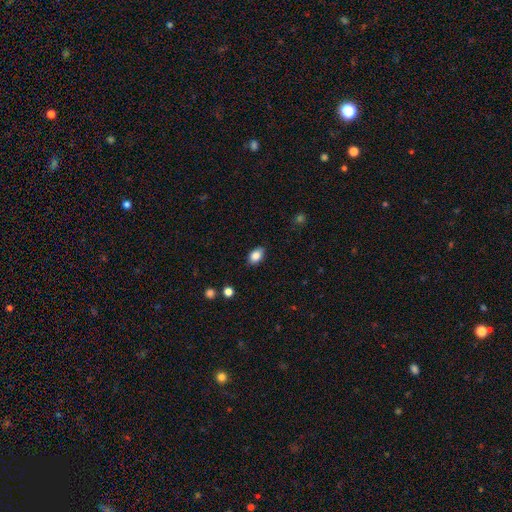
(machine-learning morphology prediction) Overall: smooth (84%). How rounded: in between (85%). Merging: none (84%).